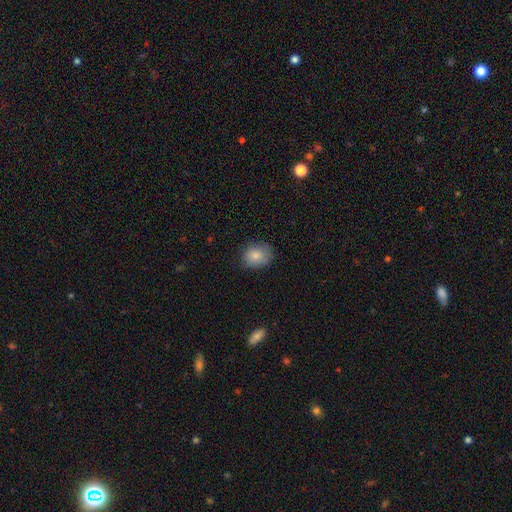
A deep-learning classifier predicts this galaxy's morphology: smooth 84%, star or artifact 8%, featured or disk 7%. Down the decision tree: how rounded — in between (51%); merging — none (78%).